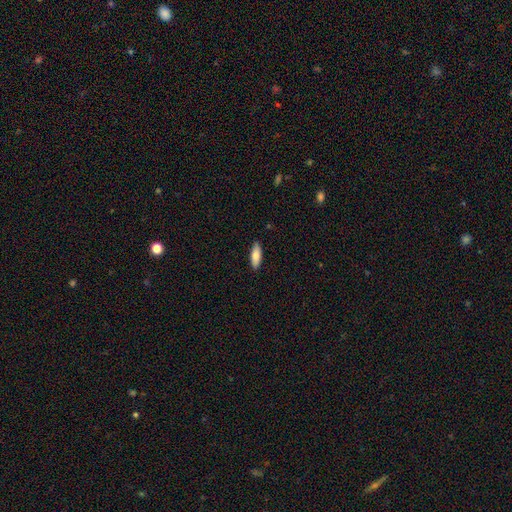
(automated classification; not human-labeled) A smooth galaxy with no disk features (81%) that is in between round and cigar-shaped (59%). Merging: none (88%).